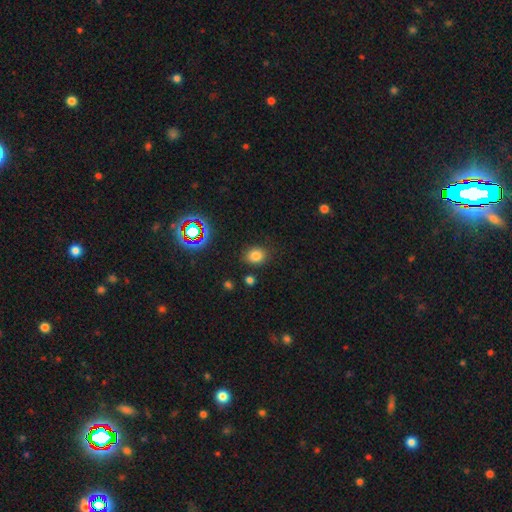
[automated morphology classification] Smooth or featured: smooth — 77% (star or artifact — 16%)
How rounded: round — 64% (in between — 35%)
Merging: none — 83% (minor disturbance — 11%)